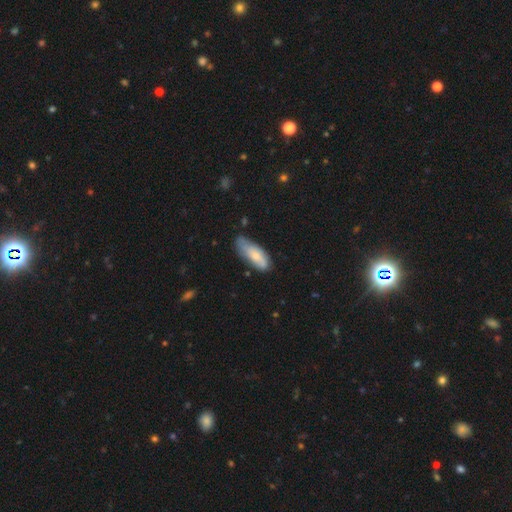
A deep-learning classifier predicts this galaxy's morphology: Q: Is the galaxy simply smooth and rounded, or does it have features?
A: smooth — 71%.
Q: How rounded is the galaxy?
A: in between — 68%.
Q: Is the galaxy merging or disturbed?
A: none — 54%.